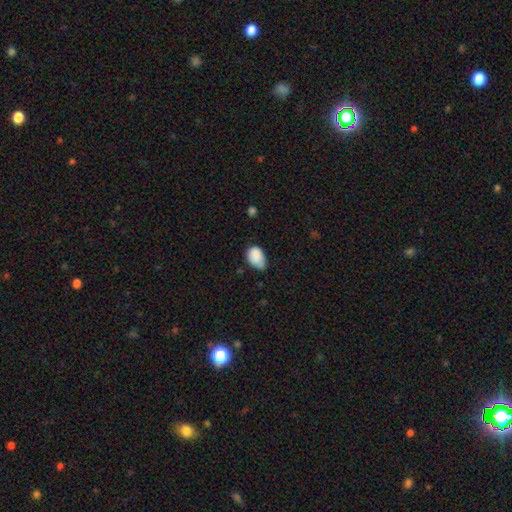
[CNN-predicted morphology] Overall: smooth (86%). How rounded: in between (83%). Merging: minor disturbance (48%; none 40%).